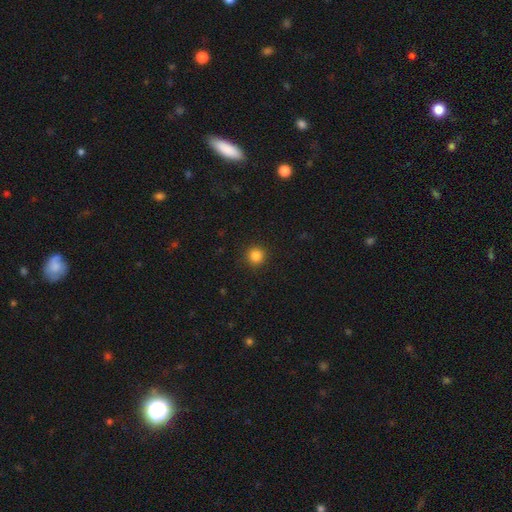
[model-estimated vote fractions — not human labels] Smooth or featured? Predicted: smooth (p=0.84). How rounded? Predicted: round (p=0.95). Merging? Predicted: none (p=0.92).